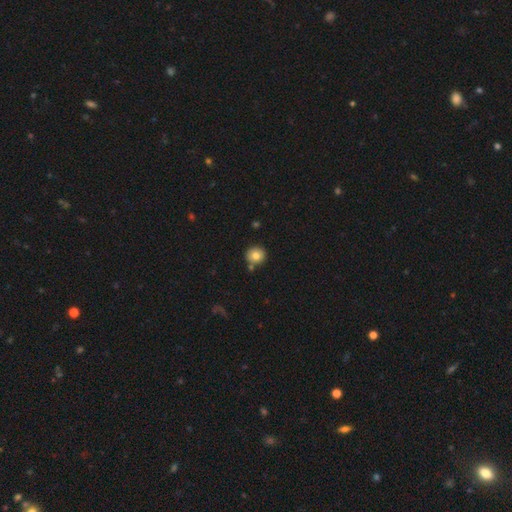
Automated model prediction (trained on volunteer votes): Q: Smooth or featured?
A: smooth (79%); runner-up: featured or disk (11%)
Q: How rounded?
A: round (88%); runner-up: in between (11%)
Q: Merging?
A: none (78%); runner-up: minor disturbance (10%)